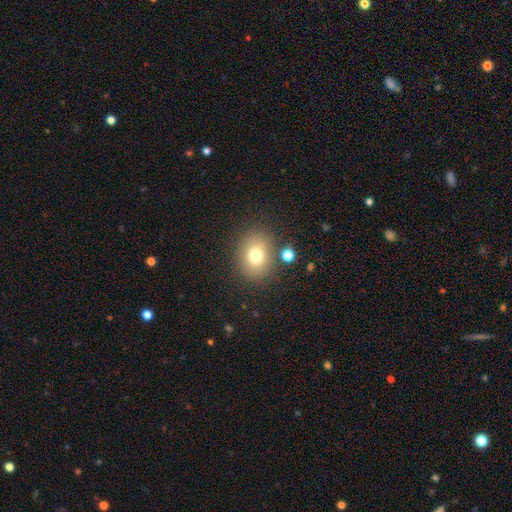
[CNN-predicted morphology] type=smooth (75%); roundness=round (51%); merging=none (79%).